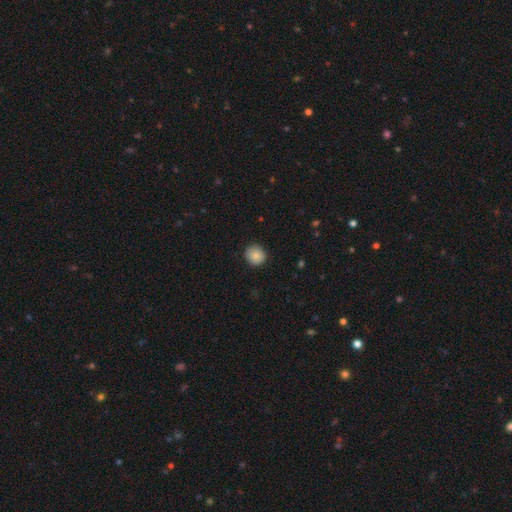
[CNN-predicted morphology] Overall: smooth (85%). How rounded: round (89%). Merging: none (89%).